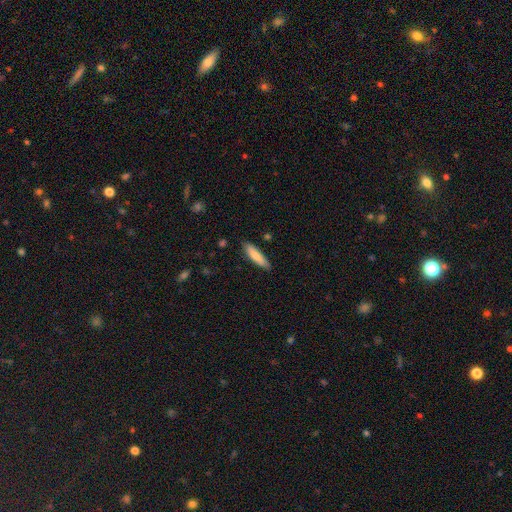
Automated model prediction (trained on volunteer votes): Smooth or featured? smooth (80%)
How rounded? cigar-shaped (73%)
Merging? none (85%)